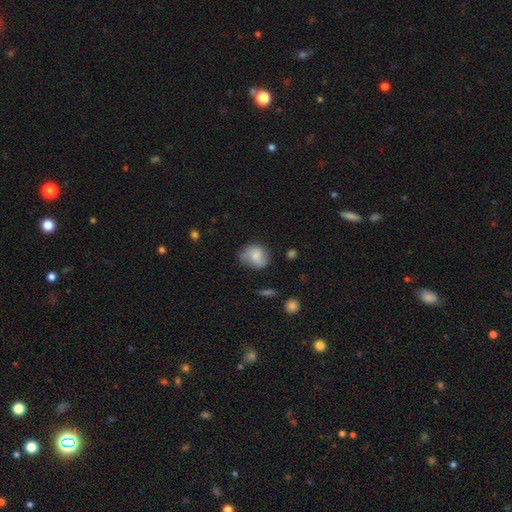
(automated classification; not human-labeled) Smooth or featured?
  - smooth: 63% *
  - featured or disk: 29%
  - star or artifact: 8%
How rounded?
  - round: 65% *
  - in between: 33%
  - cigar-shaped: 1%
Merging?
  - none: 61% *
  - minor disturbance: 27%
  - major disturbance: 9%
  - merger: 3%